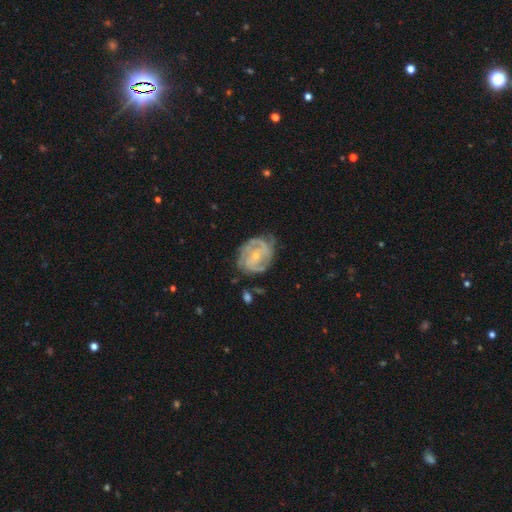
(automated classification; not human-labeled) A featured or disk galaxy (83%) with no bar (55%), 2 (39%) tight (54%) spiral arms (92%) and a small central bulge (70%).

Vote fractions:
- Smooth or featured? featured or disk: 83% / smooth: 11% / star or artifact: 6%
- Edge-on disk? no: 98% / yes: 2%
- Bar? no: 55% / weak: 35% / strong: 10%
- Spiral arms? yes: 92% / no: 8%
- Spiral winding? tight: 54% / medium: 36% / loose: 9%
- Spiral arm count? 2: 39% / can't tell: 24% / 3: 23% / 4: 6% / 1: 5% / more than 4: 4%
- Bulge size? small: 70% / moderate: 27% / none: 2% / large: 1% / dominant: 1%
- Merging? none: 66% / minor disturbance: 23% / major disturbance: 8% / merger: 2%